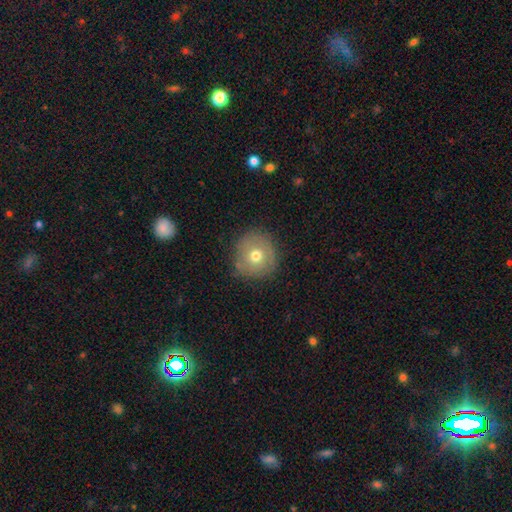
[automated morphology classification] The model was most divided on "smooth or featured": smooth: 64%, featured or disk: 25%, star or artifact: 11%. More confident: how rounded — round (93%); merging — none (82%).